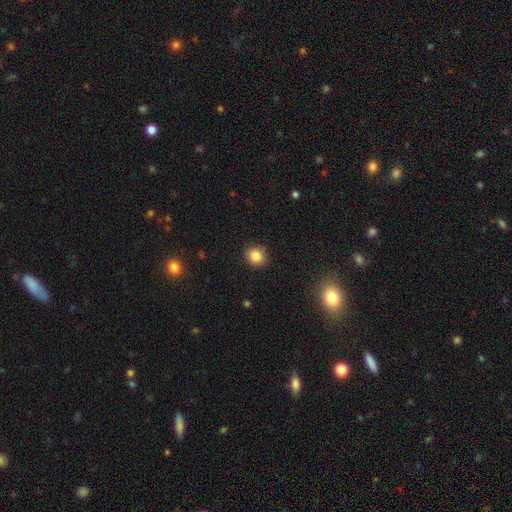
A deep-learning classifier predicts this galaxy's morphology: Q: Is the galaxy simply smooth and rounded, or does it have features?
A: smooth — 85%.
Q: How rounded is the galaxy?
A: round — 87%.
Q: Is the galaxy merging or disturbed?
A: none — 89%.